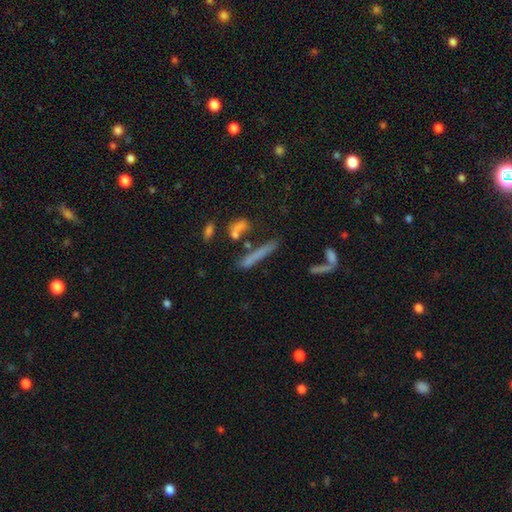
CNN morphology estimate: Smooth or featured: smooth — 58% (featured or disk — 29%)
How rounded: cigar-shaped — 90% (in between — 7%)
Merging: none — 63% (merger — 15%)